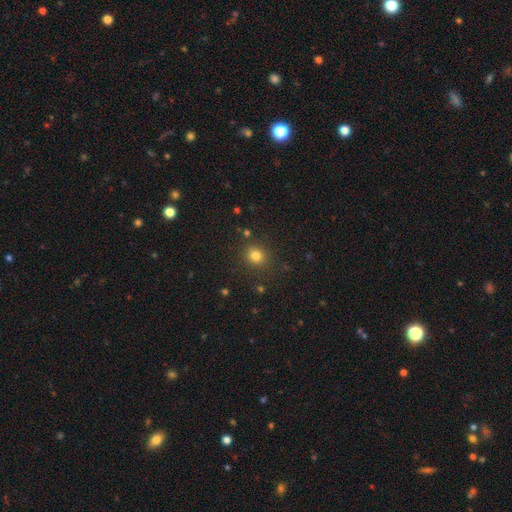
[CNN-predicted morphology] Overall: smooth (79%). How rounded: round (85%). Merging: none (86%).